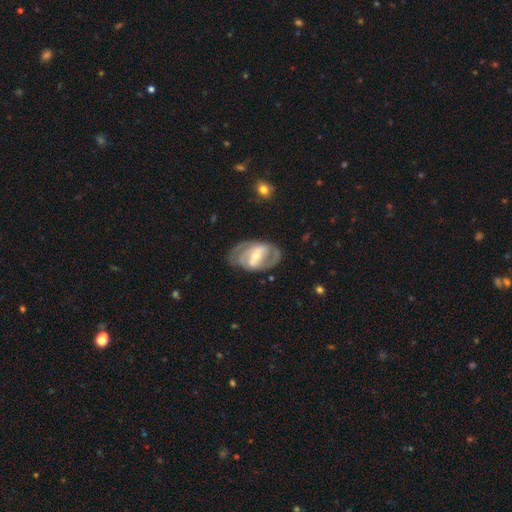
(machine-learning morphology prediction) featured or disk 79%, smooth 16%, star or artifact 5%. Down the decision tree: edge-on disk — no (95%); bar — strong (50%); spiral arms — yes (79%); spiral arm count — 2 (72%); spiral winding — medium (43%); bulge size — moderate (57%); merging — none (69%).